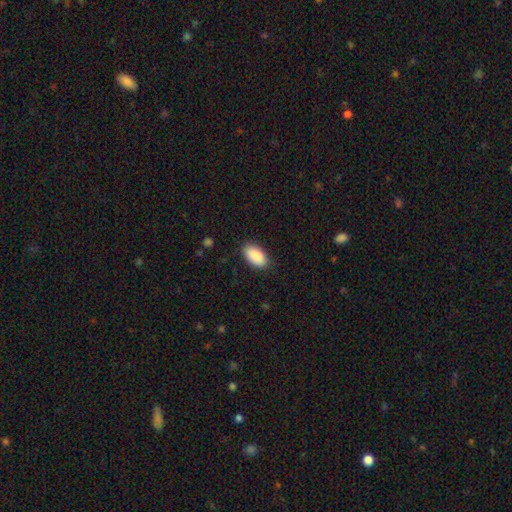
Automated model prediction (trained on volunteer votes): smooth_or_featured: smooth (p=0.90) [alt: star or artifact p=0.06]
how_rounded: in between (p=0.95) [alt: round p=0.03]
merging: none (p=0.86) [alt: minor disturbance p=0.10]